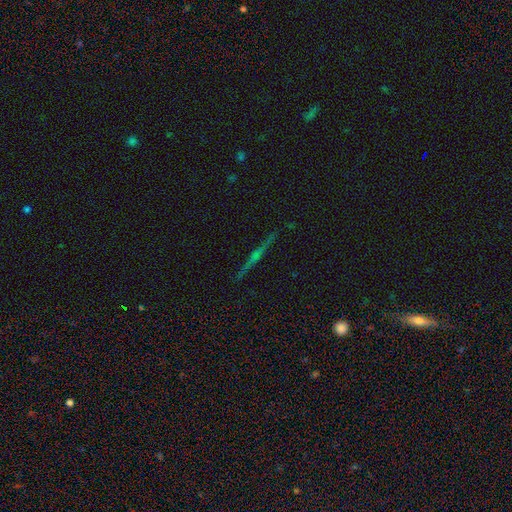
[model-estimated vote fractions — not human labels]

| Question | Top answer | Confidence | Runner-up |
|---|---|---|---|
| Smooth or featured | featured or disk | 76% | smooth (13%) |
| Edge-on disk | yes | 98% | no (2%) |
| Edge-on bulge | rounded | 61% | none (25%) |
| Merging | none | 91% | minor disturbance (6%) |